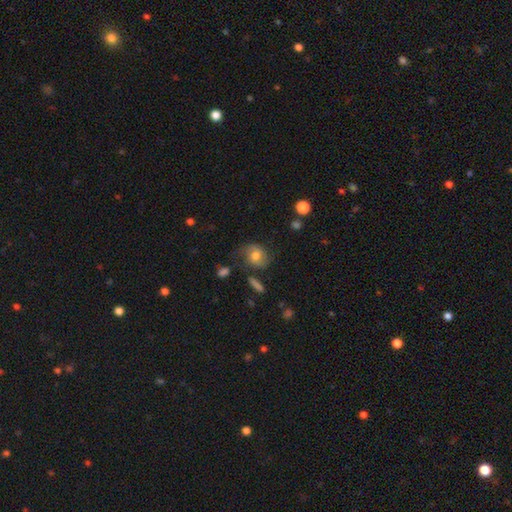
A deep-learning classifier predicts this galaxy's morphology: This appears to be a smooth galaxy with no disk features (58%) that is round (55%). Merging: none (58%).